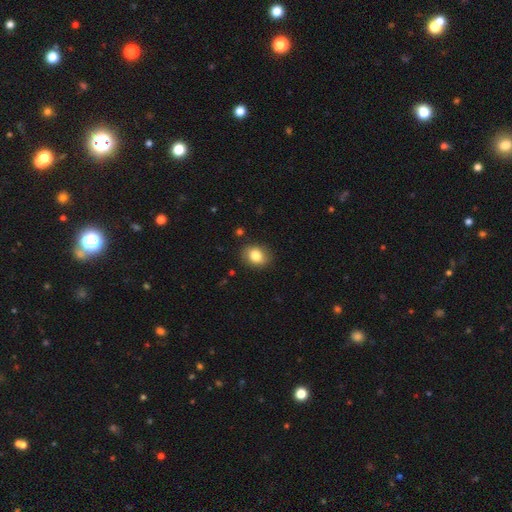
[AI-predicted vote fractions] Smooth or featured? smooth (82%)
How rounded? in between (55%)
Merging? none (87%)